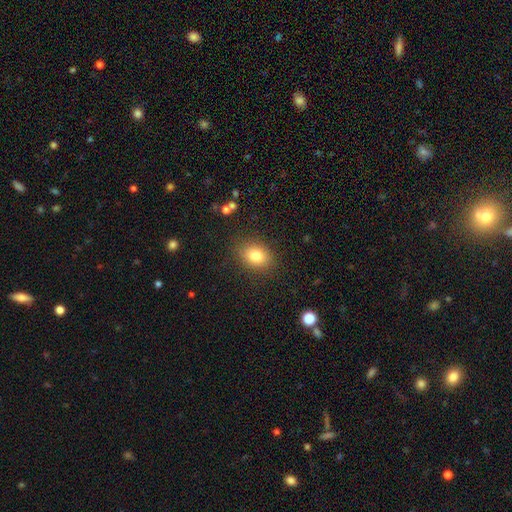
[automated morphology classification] Smooth or featured? smooth (81%)
How rounded? in between (63%)
Merging? none (85%)